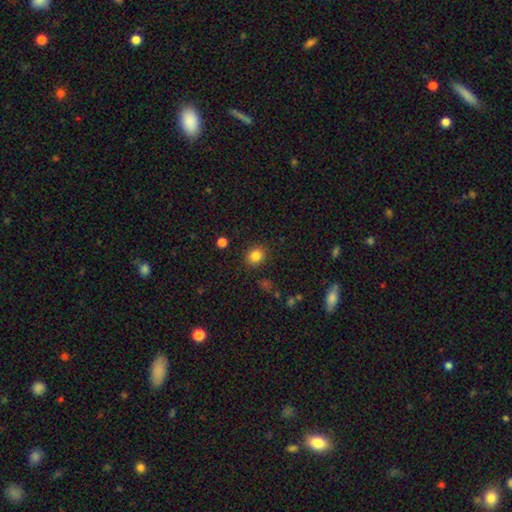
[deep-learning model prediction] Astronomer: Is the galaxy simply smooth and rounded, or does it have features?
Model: smooth — 84%.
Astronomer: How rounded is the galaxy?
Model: round — 70%.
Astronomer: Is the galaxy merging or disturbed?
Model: none — 88%.